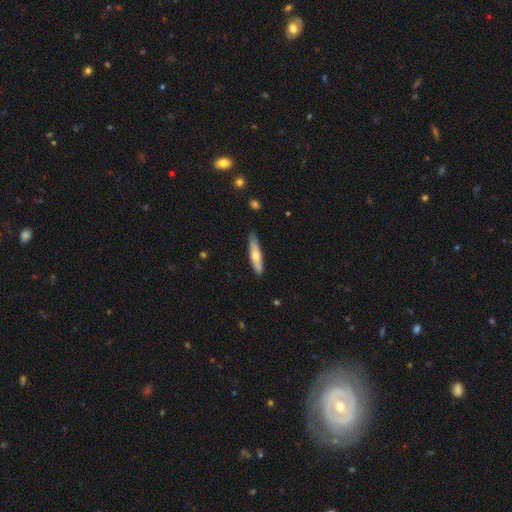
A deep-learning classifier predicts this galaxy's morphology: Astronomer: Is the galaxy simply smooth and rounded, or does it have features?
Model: smooth — 59% (runner-up: featured or disk, 35%).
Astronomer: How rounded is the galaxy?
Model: cigar-shaped — 79%.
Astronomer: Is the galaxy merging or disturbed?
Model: none — 84%.